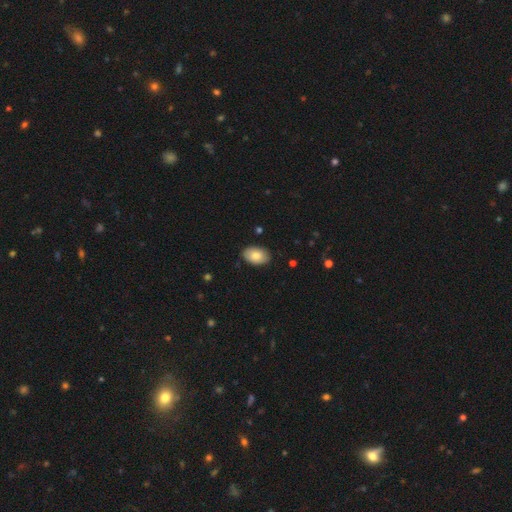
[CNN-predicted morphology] smooth-or-featured: smooth: 83% | featured or disk: 11% | star or artifact: 6%
  how-rounded: in between: 90% | round: 9% | cigar-shaped: 1%
  merging: none: 86% | minor disturbance: 10% | major disturbance: 2% | merger: 1%